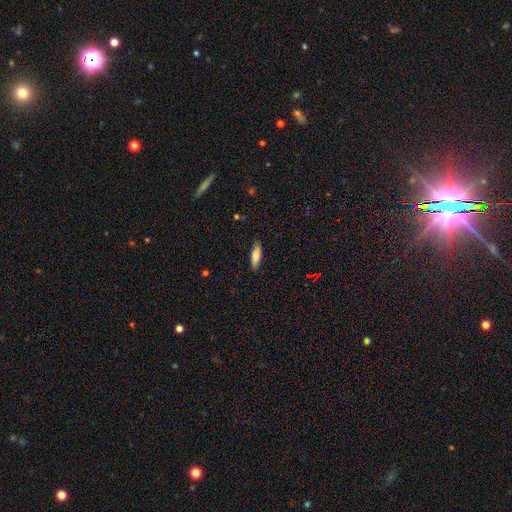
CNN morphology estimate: This appears to be a smooth galaxy with no disk features (78%) that is in between round and cigar-shaped (50%). Merging: none (86%).